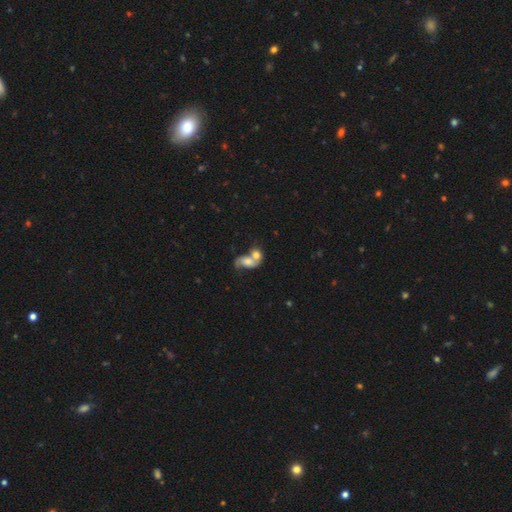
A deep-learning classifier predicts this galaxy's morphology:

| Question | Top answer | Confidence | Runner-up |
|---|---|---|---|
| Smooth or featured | smooth | 49% | featured or disk (41%) |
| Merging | merger | 71% | none (16%) |